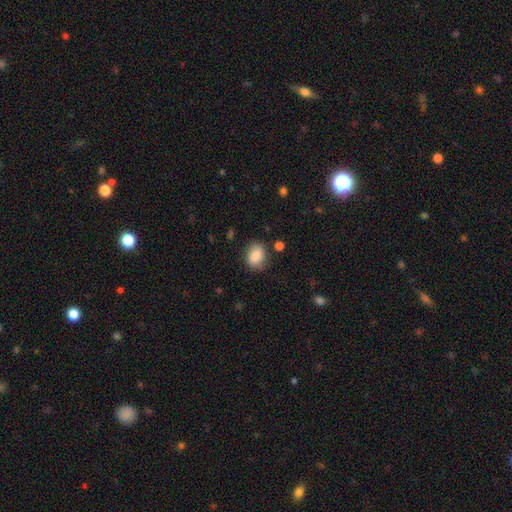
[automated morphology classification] This is clearly a smooth galaxy (84%). How rounded: possibly in between (58%). Merging: likely none (79%).